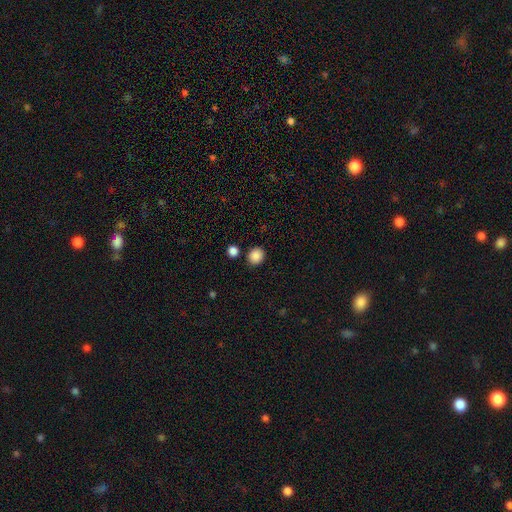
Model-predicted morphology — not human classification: smooth-or-featured: smooth: 87% | star or artifact: 9% | featured or disk: 3%
  how-rounded: round: 77% | in between: 22% | cigar-shaped: 1%
  merging: none: 85% | minor disturbance: 7% | merger: 5% | major disturbance: 2%